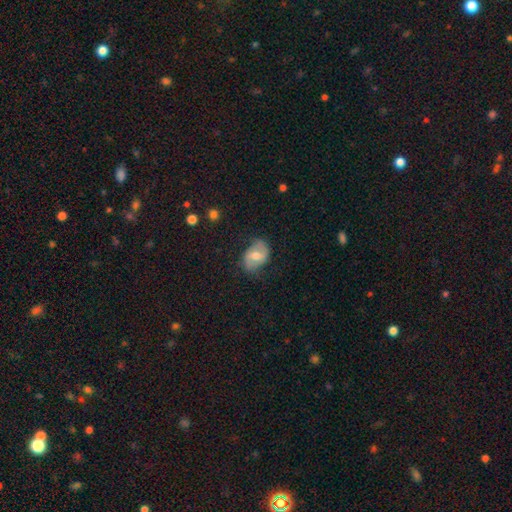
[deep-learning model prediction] The model was most divided on "smooth or featured": featured or disk: 51%, smooth: 42%, star or artifact: 8%. More confident: edge-on disk — no (96%); merging — none (71%).